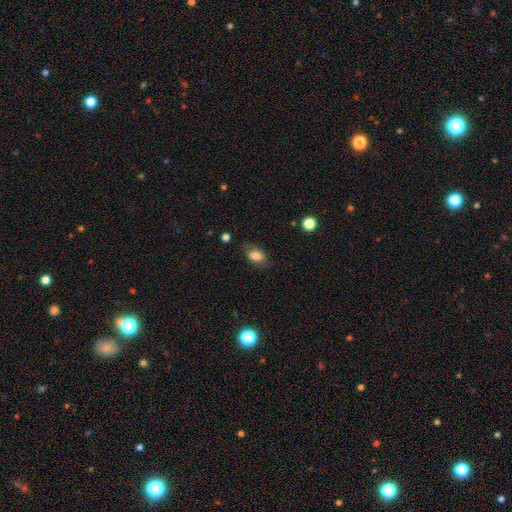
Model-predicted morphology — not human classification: type=smooth (78%); roundness=in between (88%); merging=none (73%).